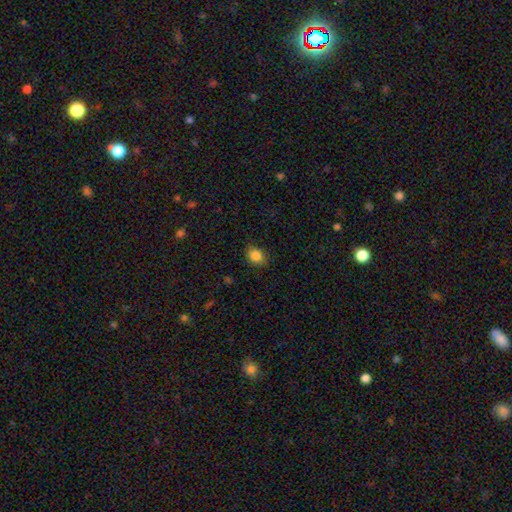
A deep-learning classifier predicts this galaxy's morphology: Smooth or featured? smooth (85%)
How rounded? in between (52%)
Merging? none (84%)